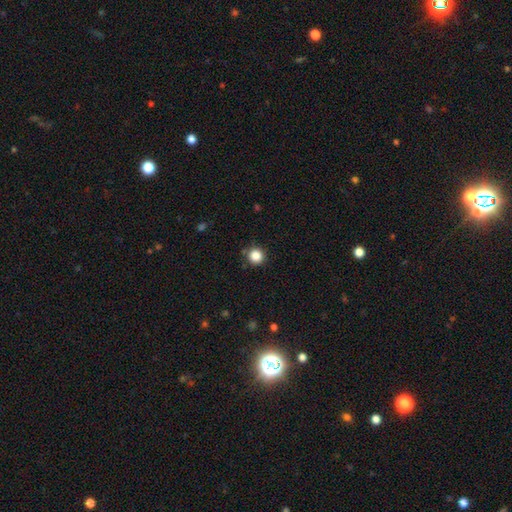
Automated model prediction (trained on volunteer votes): Smooth or featured: smooth — 85% (star or artifact — 11%)
How rounded: round — 95% (in between — 4%)
Merging: none — 89% (minor disturbance — 7%)